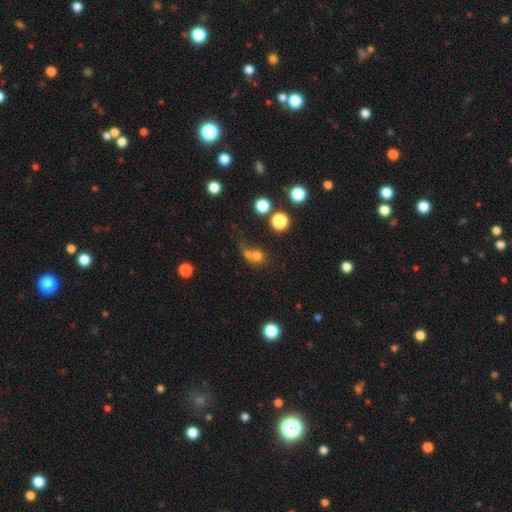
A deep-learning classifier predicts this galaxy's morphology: Smooth or featured? smooth (70%)
How rounded? round (84%)
Merging? merger (45%)